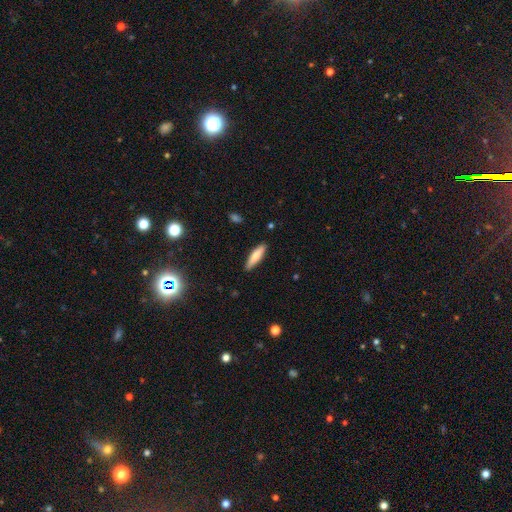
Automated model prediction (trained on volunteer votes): The model was most divided on "how rounded": cigar-shaped: 70%, in between: 28%, round: 2%. More confident: merging — none (88%); smooth or featured — smooth (77%).